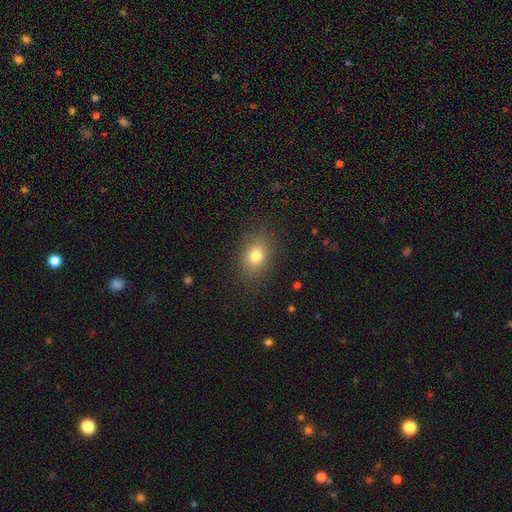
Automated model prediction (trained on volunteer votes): Q: Smooth or featured?
A: smooth (78%); runner-up: star or artifact (12%)
Q: How rounded?
A: in between (67%); runner-up: round (31%)
Q: Merging?
A: none (86%); runner-up: minor disturbance (9%)